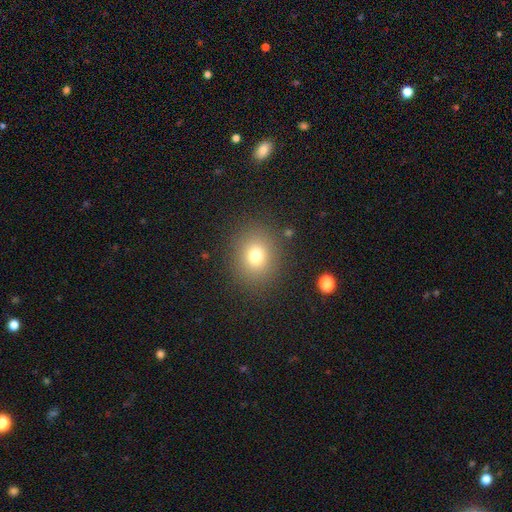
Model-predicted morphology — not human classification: smooth 75%, star or artifact 15%, featured or disk 10%. Down the decision tree: how rounded — round (76%); merging — none (86%).